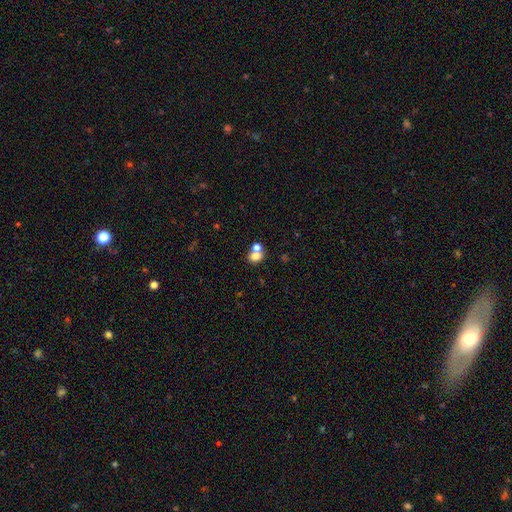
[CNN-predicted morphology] A smooth galaxy with no disk features (75%) that is round (53%).

Vote fractions:
- Smooth or featured? smooth: 75% / star or artifact: 13% / featured or disk: 12%
- How rounded? round: 53% / in between: 46% / cigar-shaped: 1%
- Merging? merger: 47% / none: 41% / minor disturbance: 7% / major disturbance: 4%